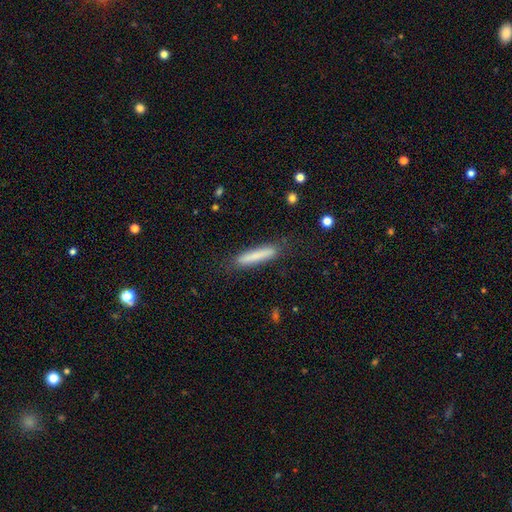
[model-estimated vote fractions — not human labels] Morphology: type=smooth (77%); roundness=cigar-shaped (92%); merging=none (84%).